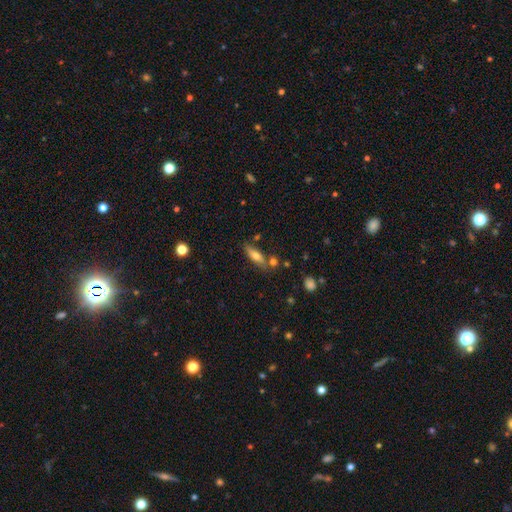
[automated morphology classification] smooth 64%, featured or disk 28%, star or artifact 8%. Down the decision tree: how rounded — cigar-shaped (51%); merging — none (68%).